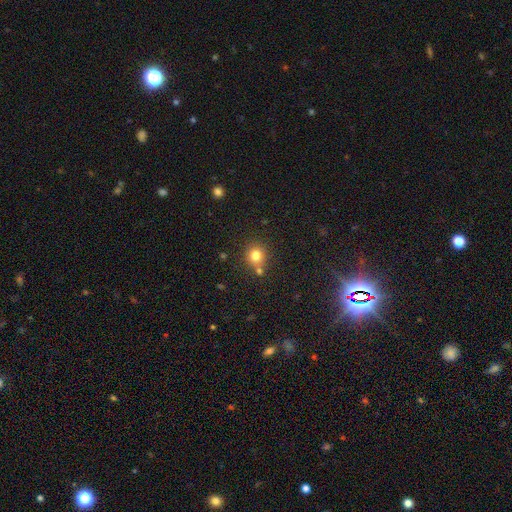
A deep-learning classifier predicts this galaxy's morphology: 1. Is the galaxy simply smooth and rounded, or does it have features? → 80% smooth, 13% star or artifact, 7% featured or disk.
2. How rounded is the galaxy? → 89% round, 11% in between, 1% cigar-shaped.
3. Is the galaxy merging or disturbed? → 70% none, 17% merger, 10% minor disturbance, 3% major disturbance.